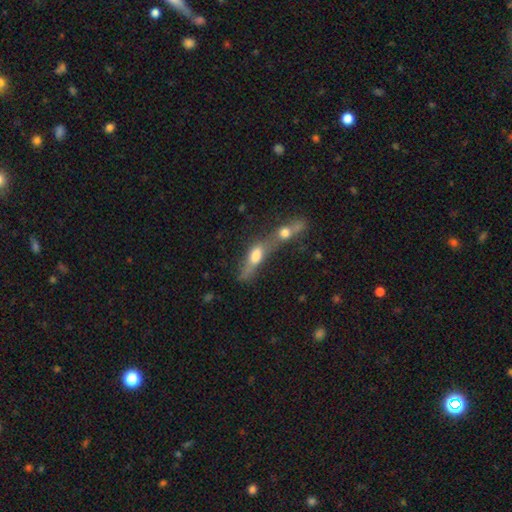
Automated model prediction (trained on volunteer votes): Smooth or featured: smooth — 56% (featured or disk — 34%)
How rounded: in between — 48% (cigar-shaped — 43%)
Merging: merger — 71% (none — 14%)